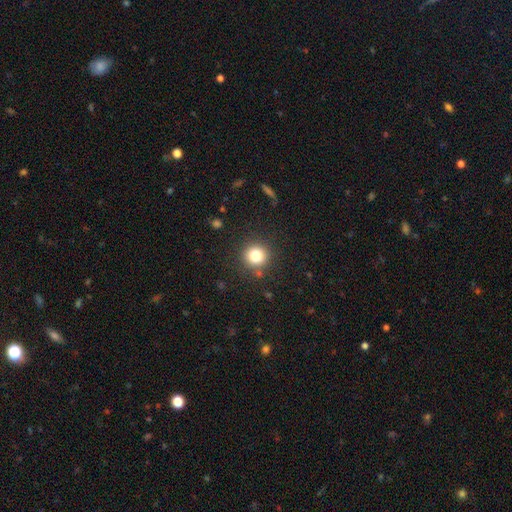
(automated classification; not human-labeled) Q: Smooth or featured?
A: smooth (80%); runner-up: star or artifact (13%)
Q: How rounded?
A: round (94%); runner-up: in between (5%)
Q: Merging?
A: none (88%); runner-up: minor disturbance (7%)